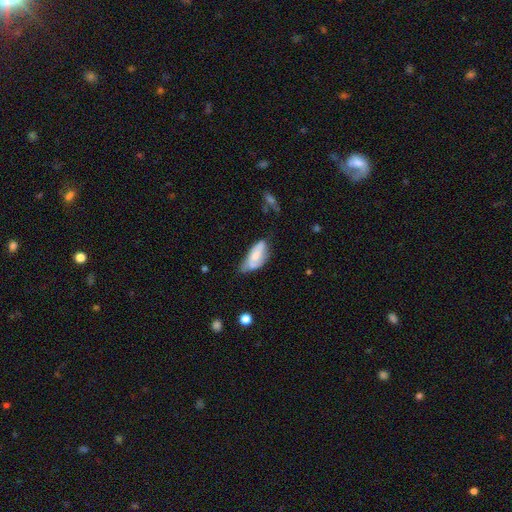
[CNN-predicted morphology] Smooth or featured? Predicted: smooth (p=0.59). How rounded? Predicted: in between (p=0.83). Merging? Predicted: minor disturbance (p=0.41).